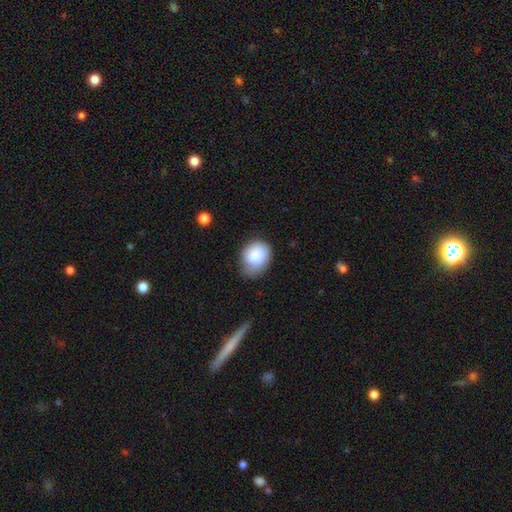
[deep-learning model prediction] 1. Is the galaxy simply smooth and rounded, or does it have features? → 82% smooth, 11% featured or disk, 7% star or artifact.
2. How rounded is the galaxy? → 52% in between, 47% round, 1% cigar-shaped.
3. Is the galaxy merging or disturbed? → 49% none, 35% minor disturbance, 12% major disturbance, 4% merger.